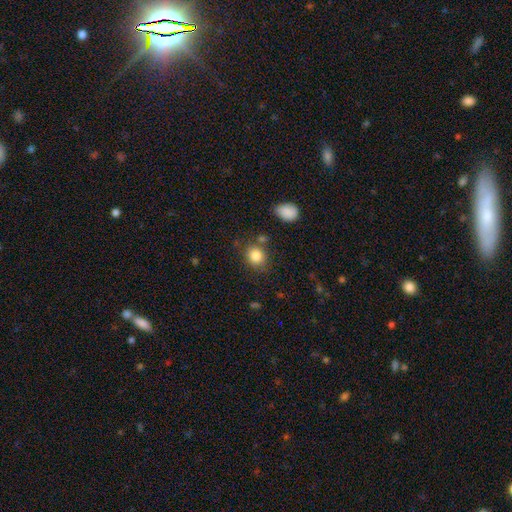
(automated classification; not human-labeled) The model was most divided on "how rounded": round: 72%, in between: 27%, cigar-shaped: 1%. More confident: smooth or featured — smooth (85%); merging — none (75%).